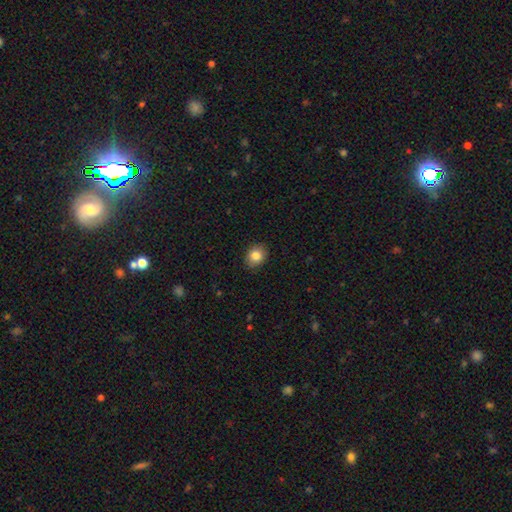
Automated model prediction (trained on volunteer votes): smooth-or-featured: smooth: 83% | star or artifact: 9% | featured or disk: 7%
  how-rounded: round: 50% | in between: 49% | cigar-shaped: 1%
  merging: none: 89% | minor disturbance: 9% | major disturbance: 2% | merger: 1%